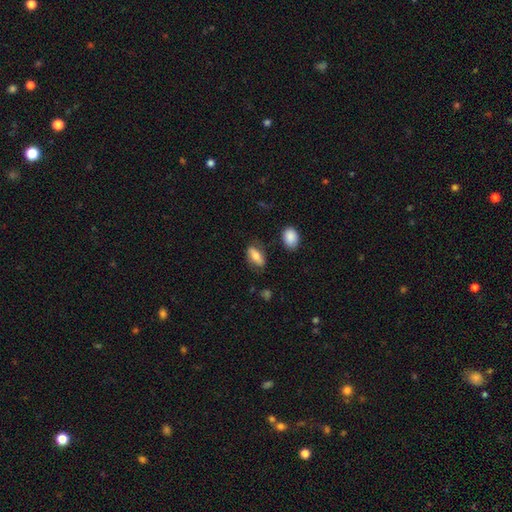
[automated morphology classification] This appears to be a smooth galaxy with no disk features (65%) that is in between round and cigar-shaped (84%). Merging: none (69%).